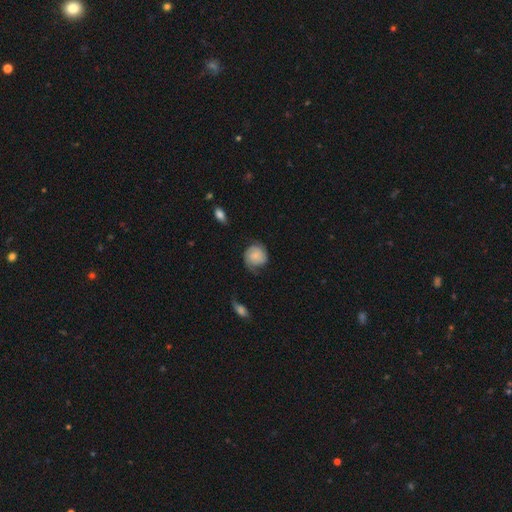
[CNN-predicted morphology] smooth_or_featured: smooth (p=0.48) [alt: featured or disk p=0.44]
merging: none (p=0.60) [alt: minor disturbance p=0.26]